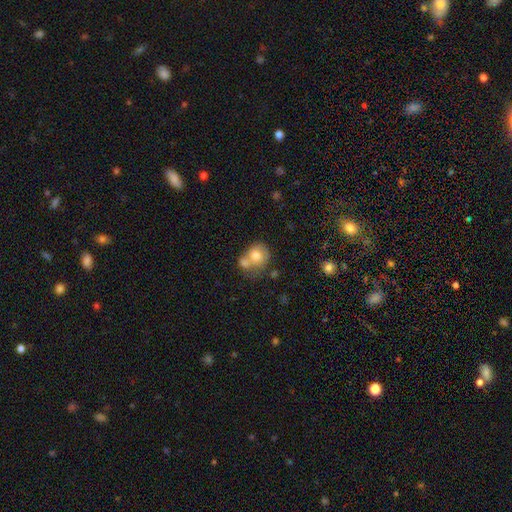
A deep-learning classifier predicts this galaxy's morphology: The model was most divided on "merging": merger: 48%, none: 31%, minor disturbance: 14%, major disturbance: 7%. More confident: smooth or featured — smooth (73%); how rounded — round (68%).